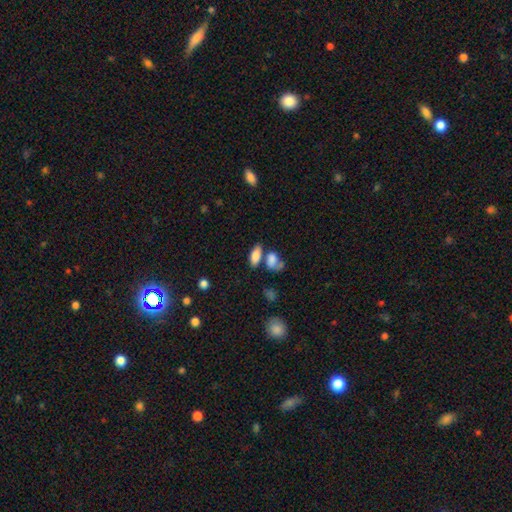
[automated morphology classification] Smooth or featured? smooth (82%)
How rounded? in between (86%)
Merging? none (56%)